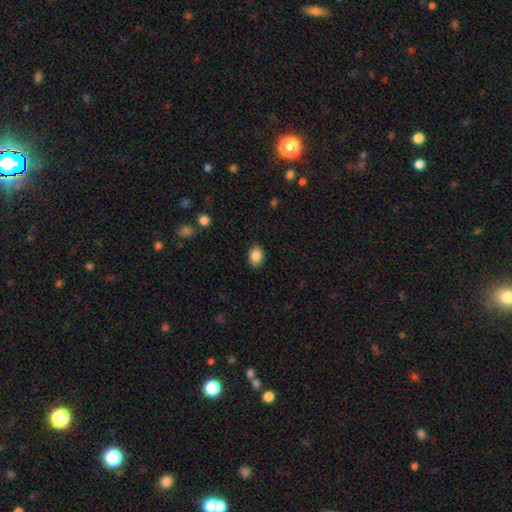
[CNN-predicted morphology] Smooth or featured? Predicted: smooth (p=0.88). How rounded? Predicted: in between (p=0.61). Merging? Predicted: none (p=0.88).